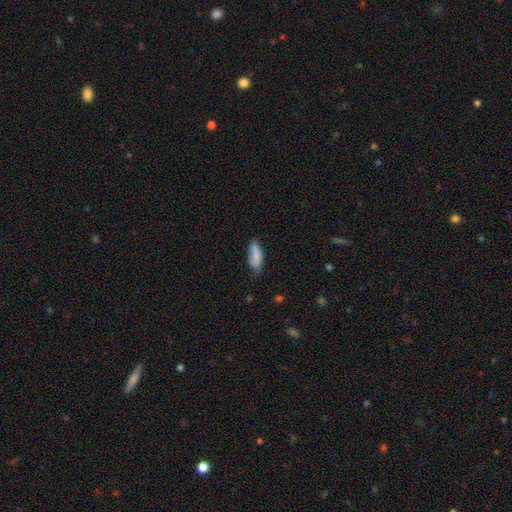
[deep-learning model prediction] smooth 76%, featured or disk 17%, star or artifact 7%. Down the decision tree: how rounded — in between (73%); merging — none (57%).